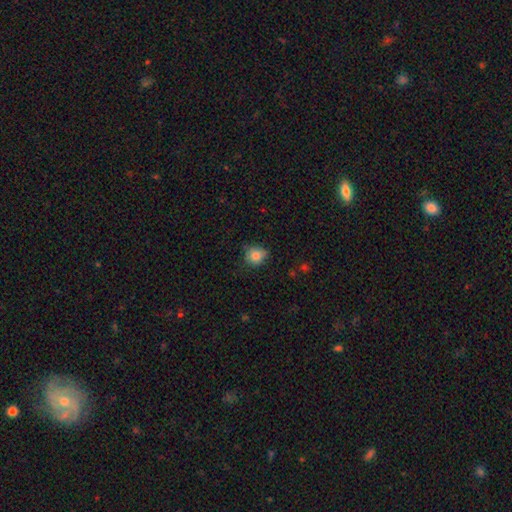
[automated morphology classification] type=smooth (81%); roundness=round (77%); merging=none (67%).